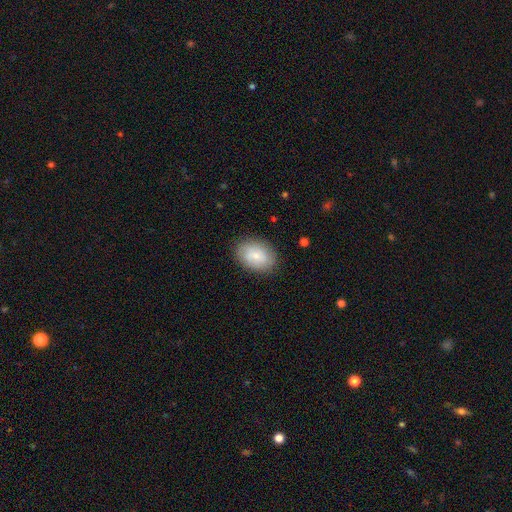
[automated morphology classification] smooth 80%, featured or disk 13%, star or artifact 6%. Down the decision tree: how rounded — in between (81%); merging — none (84%).